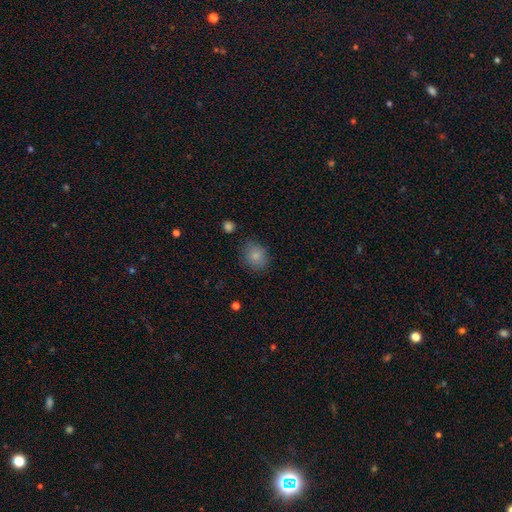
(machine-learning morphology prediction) This appears to be a smooth galaxy with no disk features (84%) that is round (63%). Merging: none (79%).